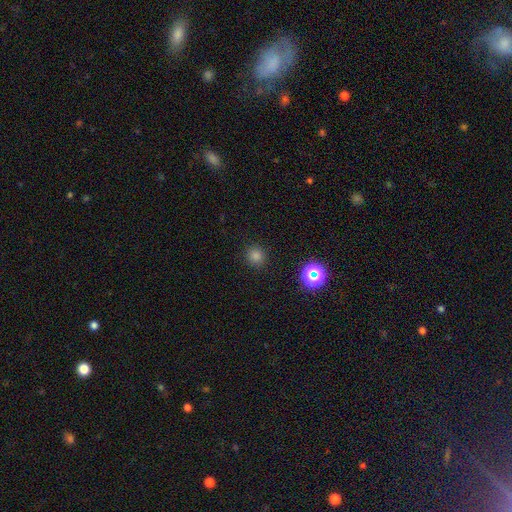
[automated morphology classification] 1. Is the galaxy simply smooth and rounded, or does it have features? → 75% smooth, 20% star or artifact, 5% featured or disk.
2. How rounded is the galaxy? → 93% round, 6% in between, 1% cigar-shaped.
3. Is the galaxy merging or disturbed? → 90% none, 6% minor disturbance, 2% major disturbance, 1% merger.